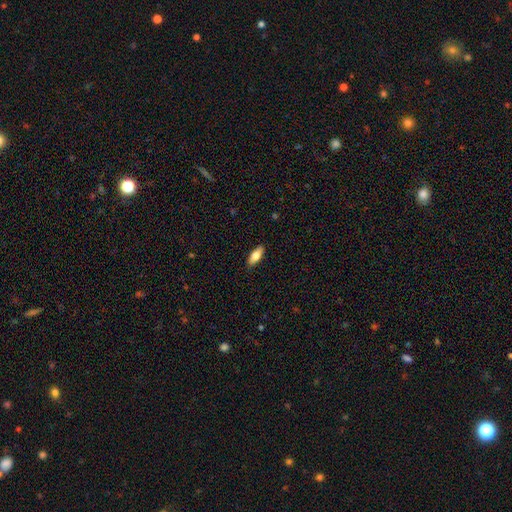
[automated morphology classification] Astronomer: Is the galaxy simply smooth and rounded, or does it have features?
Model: smooth — 73%.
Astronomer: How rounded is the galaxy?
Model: in between — 75%.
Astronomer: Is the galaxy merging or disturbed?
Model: none — 88%.